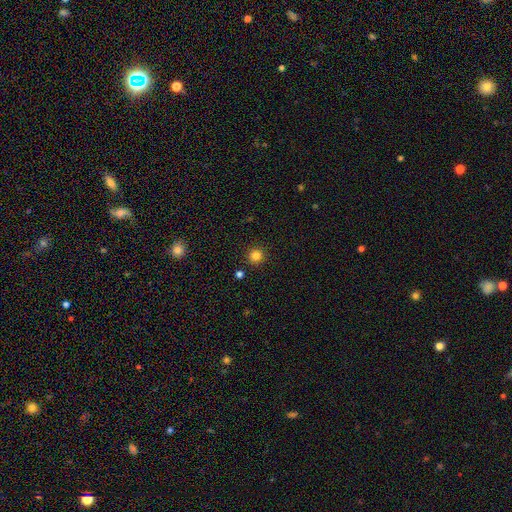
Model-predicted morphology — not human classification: Smooth or featured? Predicted: smooth (p=0.83). How rounded? Predicted: round (p=0.94). Merging? Predicted: none (p=0.90).